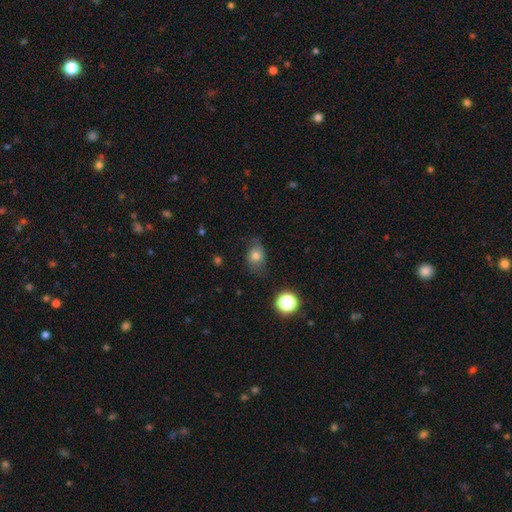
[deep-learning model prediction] A smooth galaxy with no disk features (72%) that is in between round and cigar-shaped (58%). Merging: none (59%).